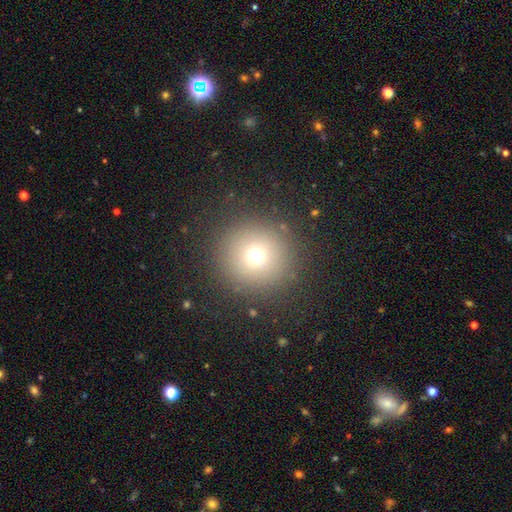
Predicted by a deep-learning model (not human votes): The model was most divided on "smooth or featured": smooth: 70%, star or artifact: 19%, featured or disk: 11%. More confident: how rounded — round (95%); merging — none (90%).